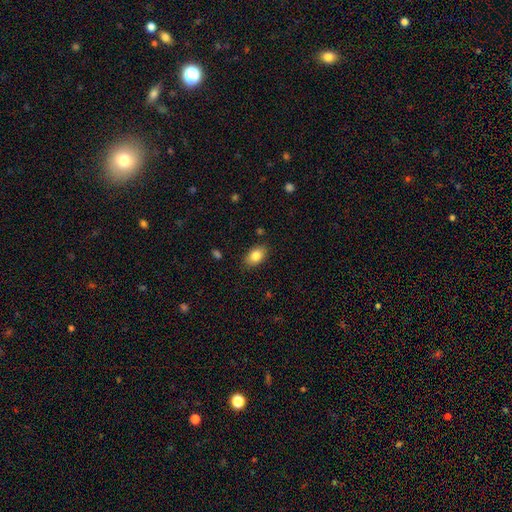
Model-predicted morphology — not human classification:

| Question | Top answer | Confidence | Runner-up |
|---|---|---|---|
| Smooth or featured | smooth | 84% | featured or disk (9%) |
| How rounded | in between | 88% | round (10%) |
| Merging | none | 85% | minor disturbance (11%) |